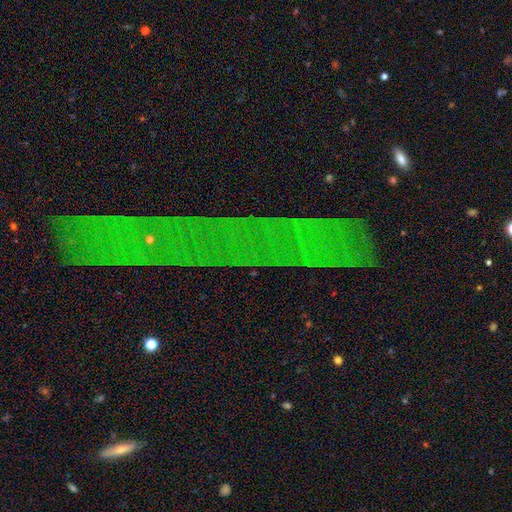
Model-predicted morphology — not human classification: Smooth or featured?
  - star or artifact: 76% *
  - featured or disk: 13%
  - smooth: 11%